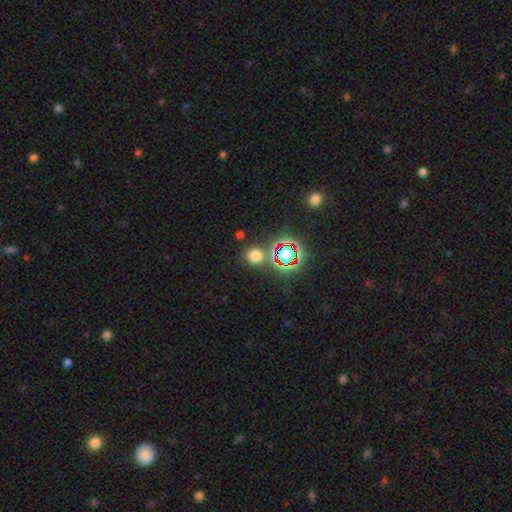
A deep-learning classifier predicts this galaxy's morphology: A smooth galaxy with no disk features (64%) that is round (84%). Merging: none (81%).